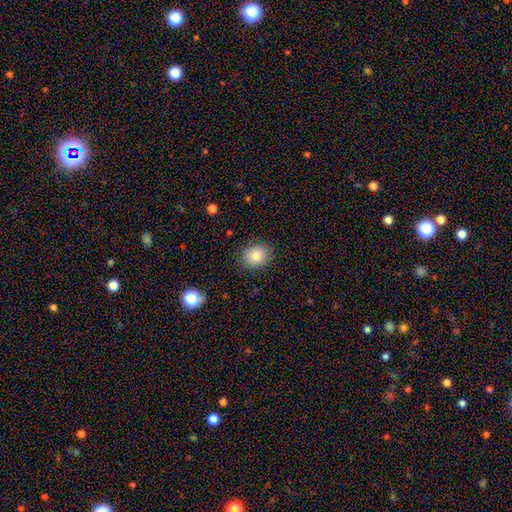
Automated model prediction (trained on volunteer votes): The model was most divided on "how rounded": round: 63%, in between: 36%, cigar-shaped: 1%. More confident: merging — none (88%); smooth or featured — smooth (81%).